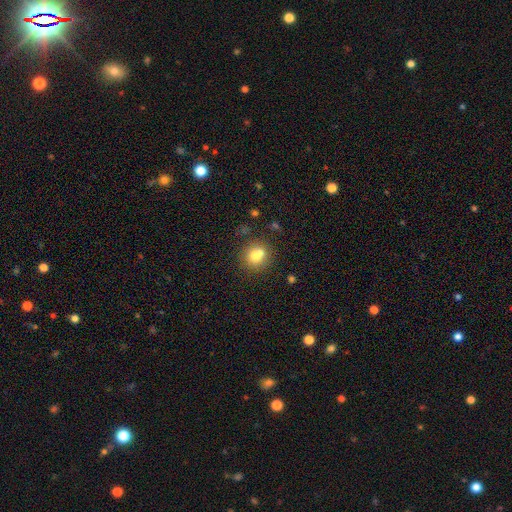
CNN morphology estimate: Smooth or featured? smooth (72%)
How rounded? round (79%)
Merging? none (50%)